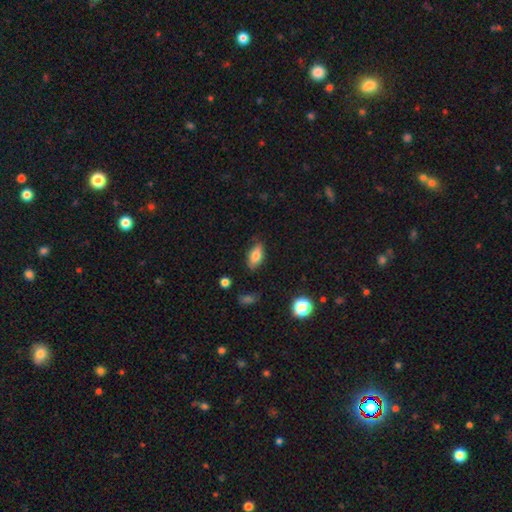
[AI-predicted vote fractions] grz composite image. It shows a smooth galaxy with no disk features (77%) that is in between round and cigar-shaped (86%). Merging: none (78%).